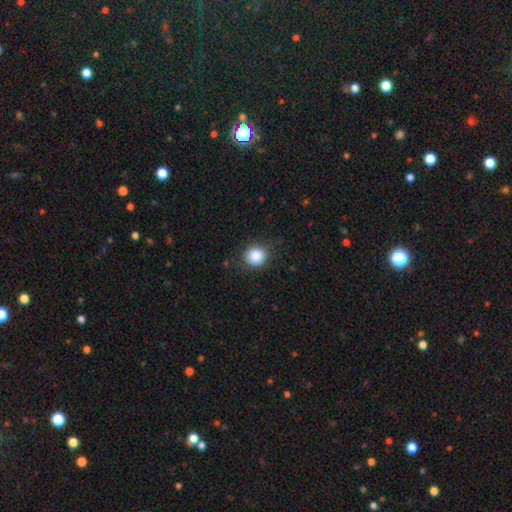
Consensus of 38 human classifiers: Q: Smooth or featured?
A: smooth (97%); runner-up: featured or disk (3%)
Q: How rounded?
A: round (97%); runner-up: in between (3%)
Q: Merging?
A: none (79%); runner-up: minor disturbance (16%)